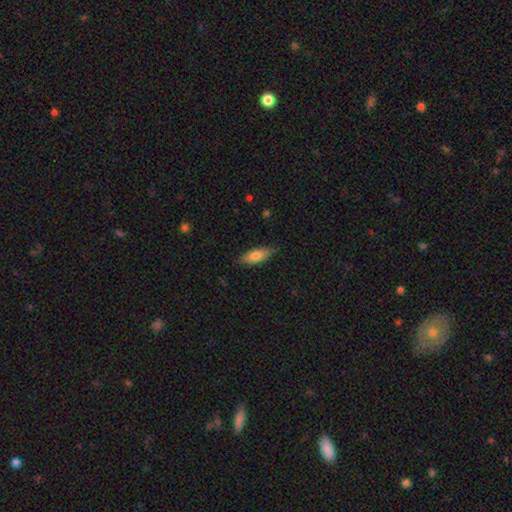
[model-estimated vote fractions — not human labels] smooth-or-featured: smooth: 72% | featured or disk: 22% | star or artifact: 6%
  how-rounded: in between: 69% | cigar-shaped: 28% | round: 2%
  merging: none: 80% | minor disturbance: 16% | major disturbance: 3% | merger: 1%